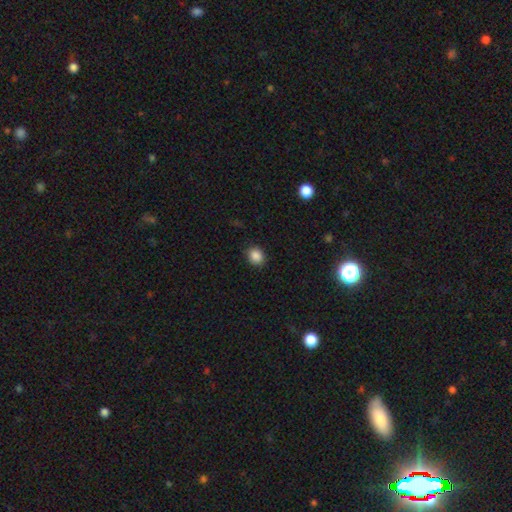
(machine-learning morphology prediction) smooth-or-featured: smooth: 87% | star or artifact: 10% | featured or disk: 3%
  how-rounded: round: 65% | in between: 34% | cigar-shaped: 1%
  merging: none: 89% | minor disturbance: 8% | major disturbance: 2% | merger: 1%